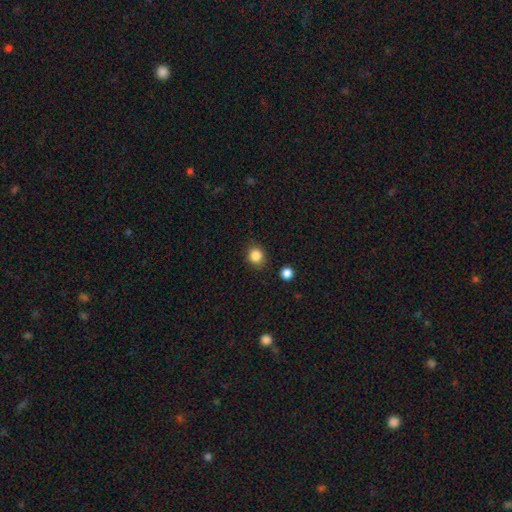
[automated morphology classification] A smooth galaxy with no disk features (85%) that is round (73%).

Vote fractions:
- Smooth or featured? smooth: 85% / star or artifact: 11% / featured or disk: 4%
- How rounded? round: 73% / in between: 27% / cigar-shaped: 1%
- Merging? none: 85% / minor disturbance: 10% / major disturbance: 3% / merger: 2%